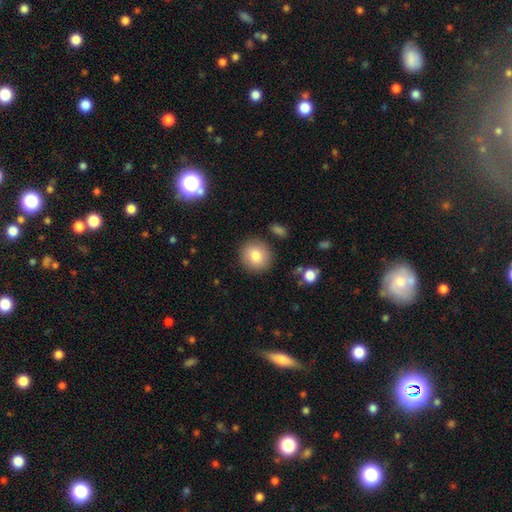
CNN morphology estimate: Smooth or featured: smooth — 81% (featured or disk — 10%)
How rounded: round — 90% (in between — 9%)
Merging: none — 87% (minor disturbance — 8%)